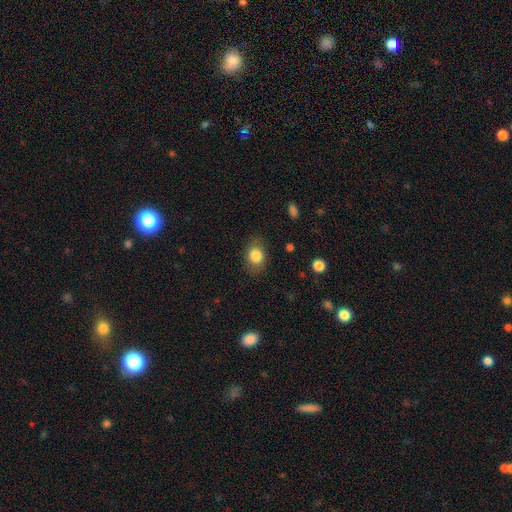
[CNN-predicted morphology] type=smooth (82%); roundness=in between (64%); merging=none (80%).